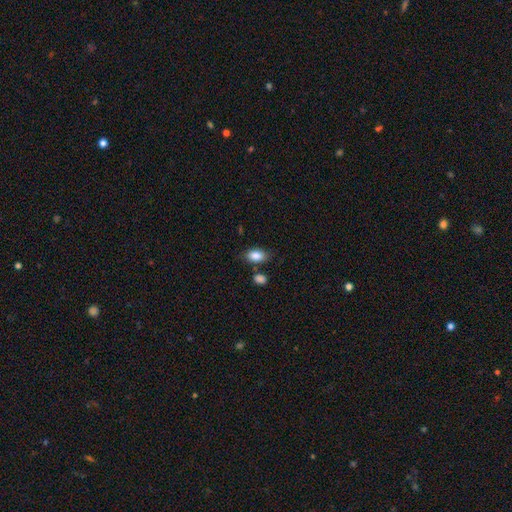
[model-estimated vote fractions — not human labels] smooth-or-featured: smooth: 86% | star or artifact: 8% | featured or disk: 6%
  how-rounded: in between: 88% | round: 10% | cigar-shaped: 2%
  merging: none: 73% | minor disturbance: 14% | merger: 9% | major disturbance: 4%